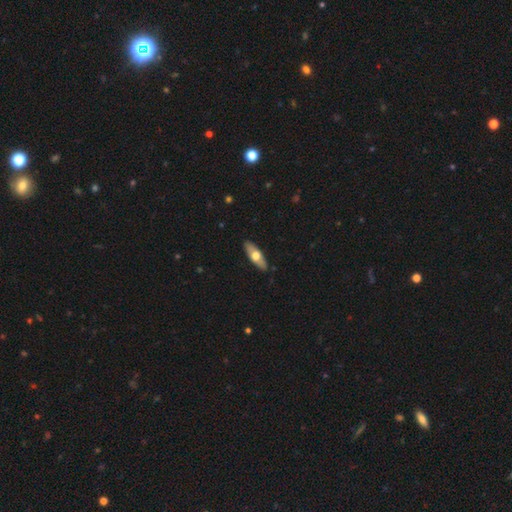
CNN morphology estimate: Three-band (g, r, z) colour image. It shows a smooth galaxy with no disk features (55%) that is in between round and cigar-shaped (62%). Merging: none (89%).